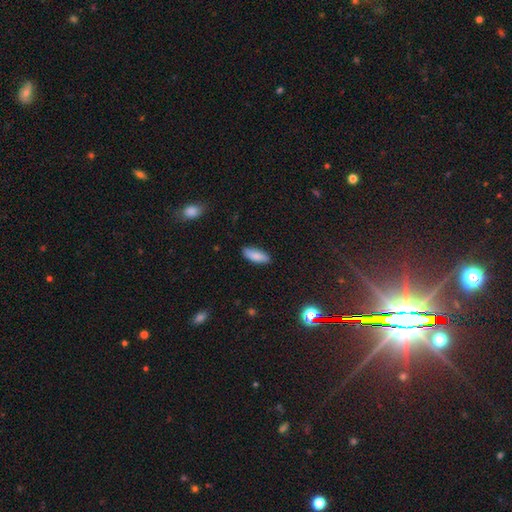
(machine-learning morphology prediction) Smooth or featured? smooth (84%)
How rounded? in between (72%)
Merging? none (85%)